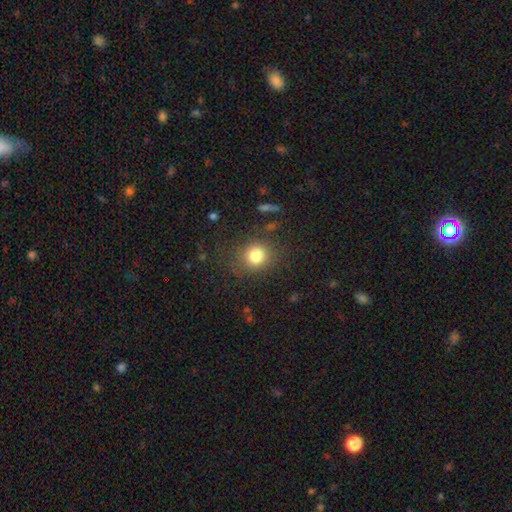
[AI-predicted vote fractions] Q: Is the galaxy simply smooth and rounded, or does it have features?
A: smooth — 81%.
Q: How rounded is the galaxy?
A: round — 81%.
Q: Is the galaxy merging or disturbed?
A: none — 81%.